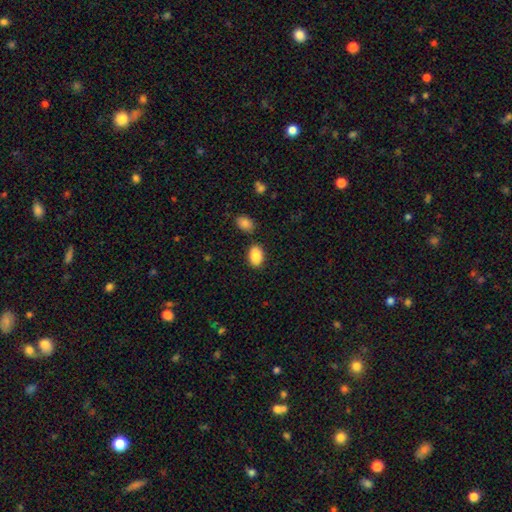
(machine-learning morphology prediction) A smooth galaxy with no disk features (89%) that is in between round and cigar-shaped (88%). Merging: none (81%).